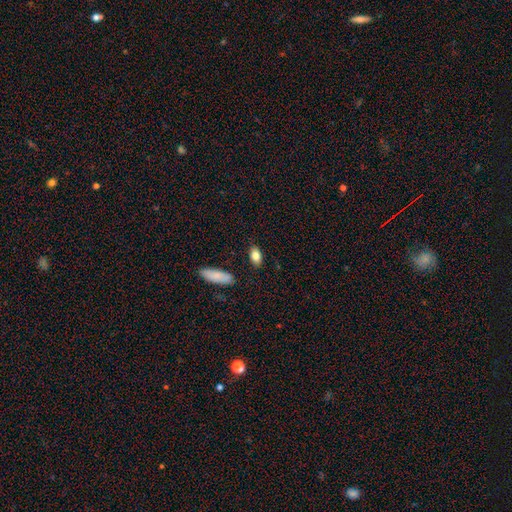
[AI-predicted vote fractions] The model was most divided on "smooth or featured": smooth: 81%, featured or disk: 11%, star or artifact: 8%. More confident: how rounded — in between (87%); merging — none (86%).